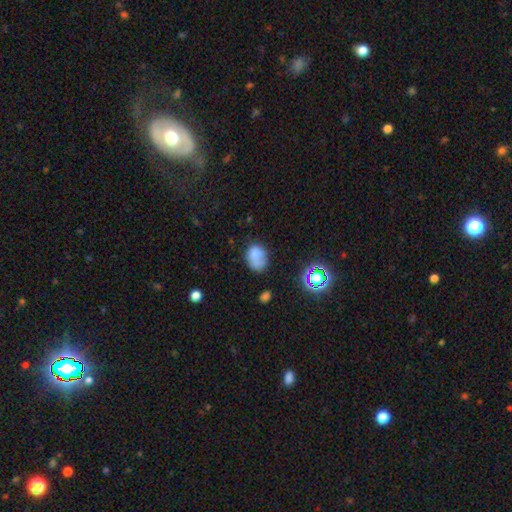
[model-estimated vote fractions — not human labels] This is likely a smooth galaxy (74%). How rounded: possibly in between (59%). Merging: possibly none (53%).